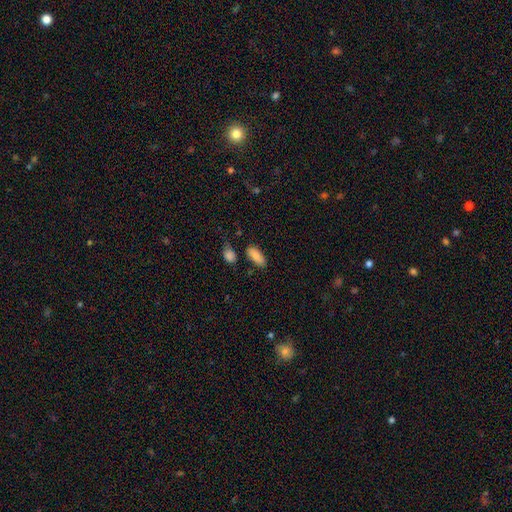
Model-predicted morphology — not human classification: smooth-or-featured: smooth: 85% | featured or disk: 8% | star or artifact: 7%
  how-rounded: in between: 85% | cigar-shaped: 12% | round: 3%
  merging: none: 74% | minor disturbance: 16% | merger: 6% | major disturbance: 4%